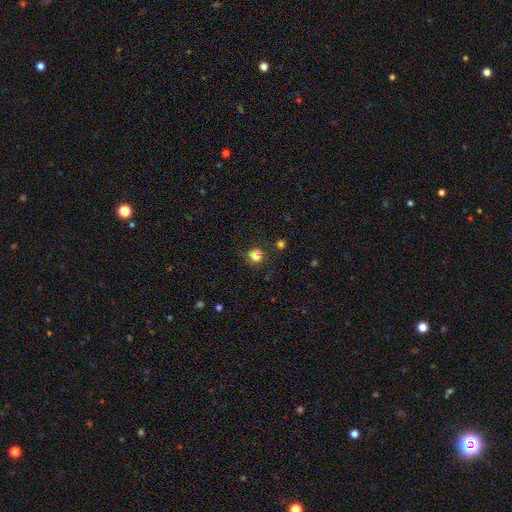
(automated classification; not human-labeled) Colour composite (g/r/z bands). It shows a smooth galaxy with no disk features (81%) that is round (83%). Merging: none (76%).